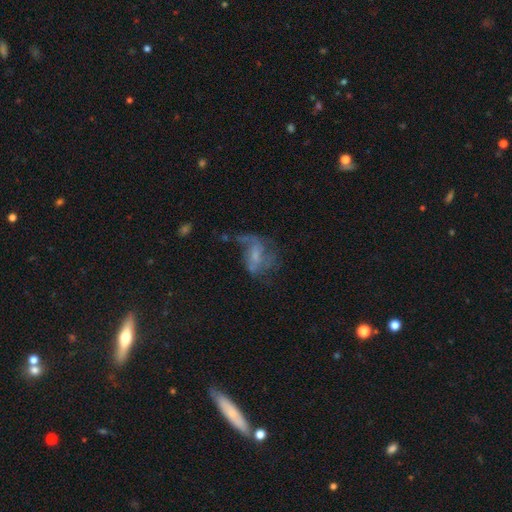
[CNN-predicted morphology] Smooth or featured? Predicted: featured or disk (p=0.63). Edge-on disk? Predicted: no (p=0.97). Bar? Predicted: no (p=0.46). Spiral arms? Predicted: yes (p=0.64). Bulge size? Predicted: small (p=0.49). Merging? Predicted: major disturbance (p=0.40).